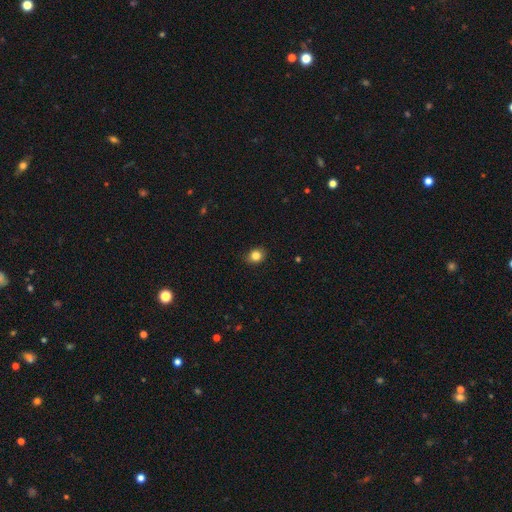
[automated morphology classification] smooth 84%, star or artifact 11%, featured or disk 5%. Down the decision tree: how rounded — round (68%); merging — none (87%).